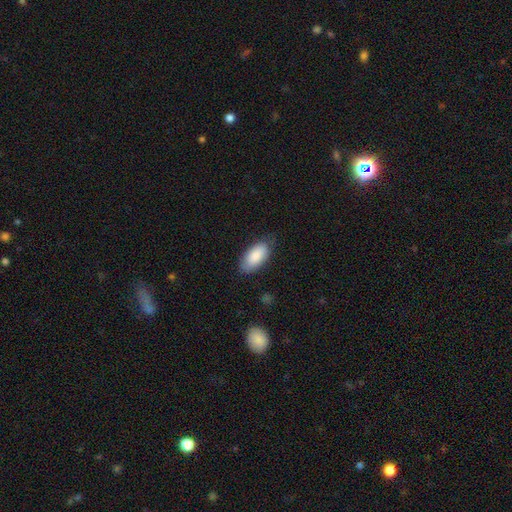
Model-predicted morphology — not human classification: A smooth galaxy with no disk features (86%) that is in between round and cigar-shaped (93%). Merging: none (74%).